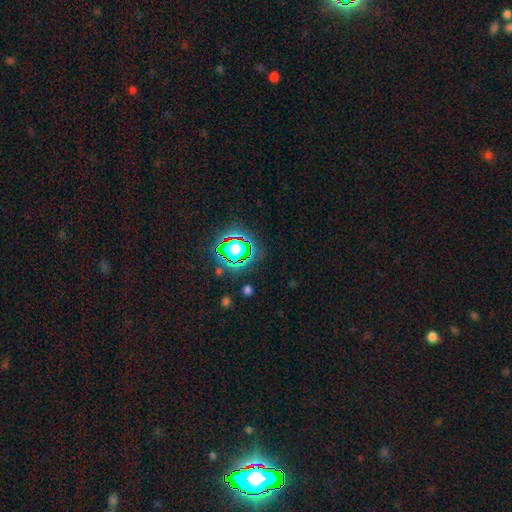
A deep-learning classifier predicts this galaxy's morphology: The model was most divided on "smooth or featured": star or artifact: 80%, smooth: 12%, featured or disk: 8%.